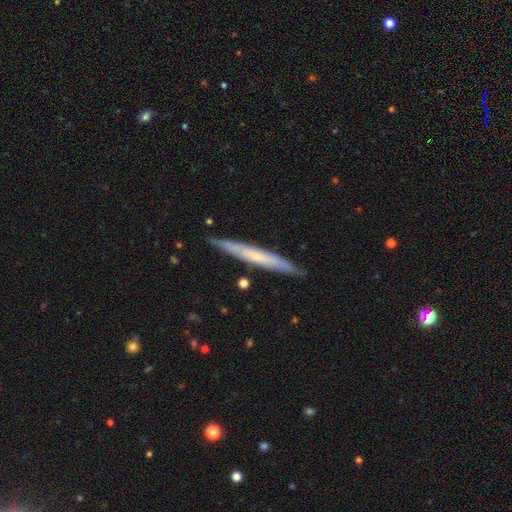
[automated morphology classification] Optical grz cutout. It shows a featured or disk galaxy (56%) viewed edge-on (90%) with no central bulge (66%). Merging: none (87%).